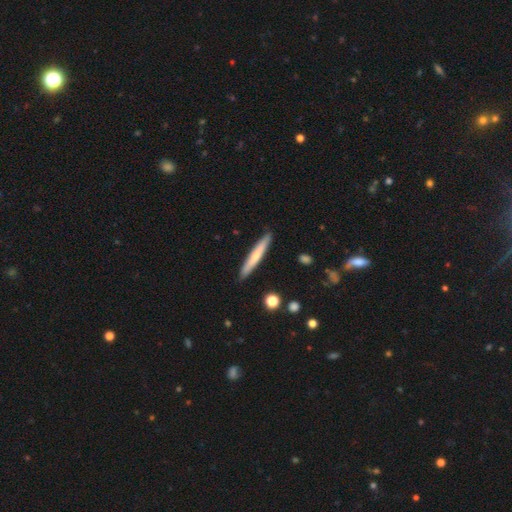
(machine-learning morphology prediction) Q: Smooth or featured?
A: smooth (58%); runner-up: featured or disk (36%)
Q: How rounded?
A: cigar-shaped (94%); runner-up: in between (4%)
Q: Merging?
A: none (90%); runner-up: minor disturbance (7%)